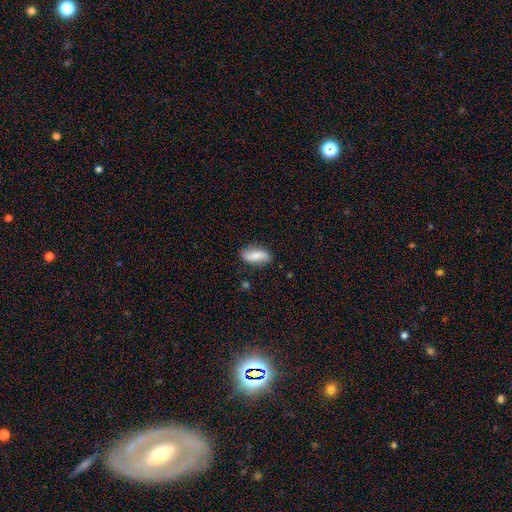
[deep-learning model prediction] smooth 79%, featured or disk 14%, star or artifact 7%. Down the decision tree: how rounded — in between (77%); merging — none (79%).